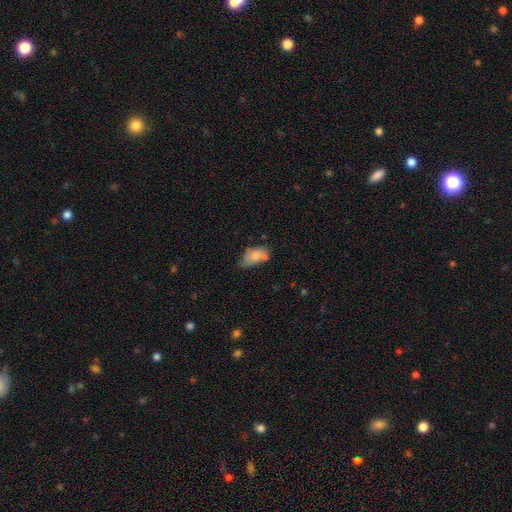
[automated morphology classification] The model was most divided on "merging": none: 33%, minor disturbance: 31%, merger: 22%, major disturbance: 14%. More confident: how rounded — in between (88%); smooth or featured — smooth (66%).